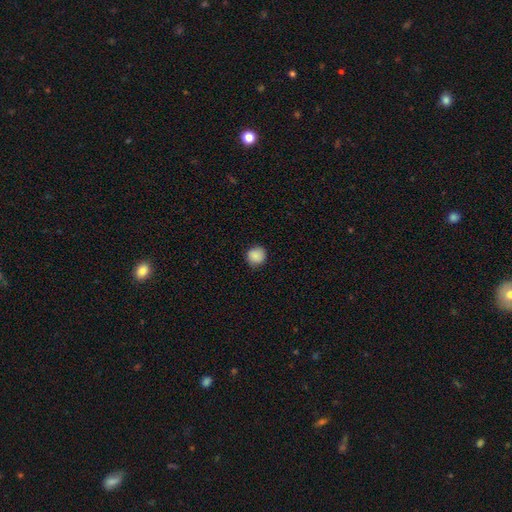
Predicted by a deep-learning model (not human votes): Morphology: type=smooth (88%); roundness=round (92%); merging=none (86%).